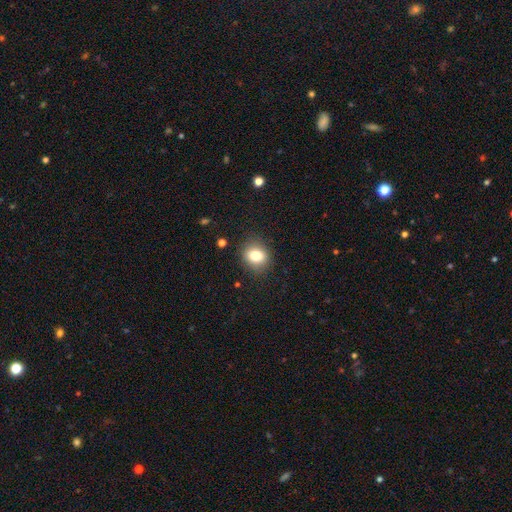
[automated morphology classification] Smooth or featured?
  - smooth: 81% *
  - star or artifact: 10%
  - featured or disk: 9%
How rounded?
  - round: 60% *
  - in between: 39%
  - cigar-shaped: 1%
Merging?
  - none: 85% *
  - minor disturbance: 10%
  - major disturbance: 3%
  - merger: 1%